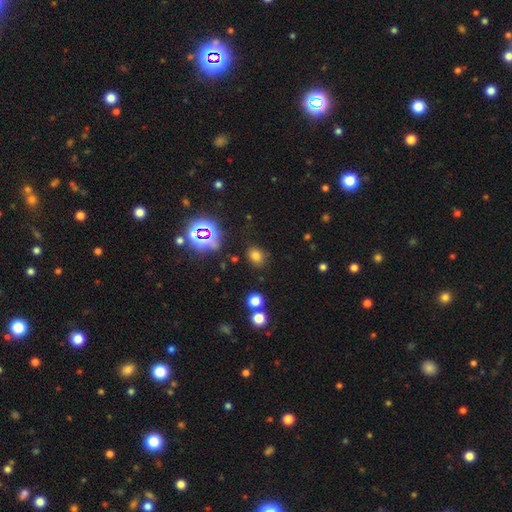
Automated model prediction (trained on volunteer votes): This appears to be a smooth galaxy with no disk features (70%) that is round (49%, tied with in between). Merging: none (82%).